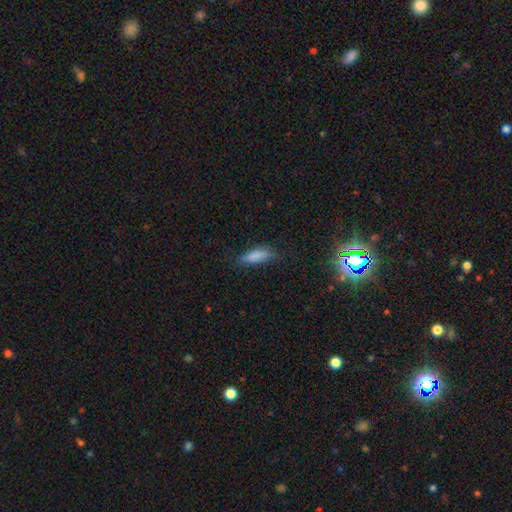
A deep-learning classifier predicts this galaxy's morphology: smooth-or-featured: smooth: 83% | featured or disk: 10% | star or artifact: 8%
  how-rounded: in between: 63% | cigar-shaped: 35% | round: 2%
  merging: none: 67% | minor disturbance: 24% | major disturbance: 7% | merger: 2%